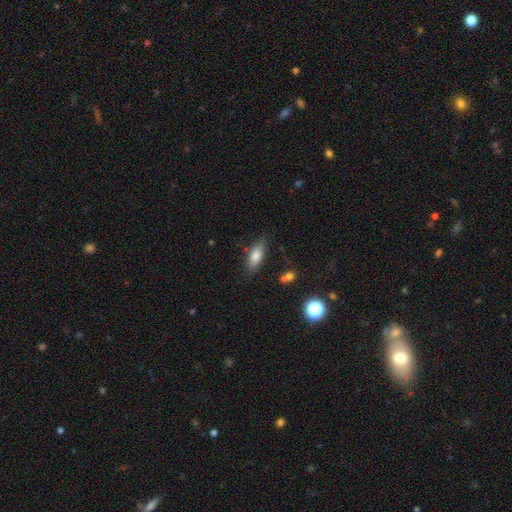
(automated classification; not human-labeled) Overall: smooth (79%). How rounded: in between (74%). Merging: none (80%).